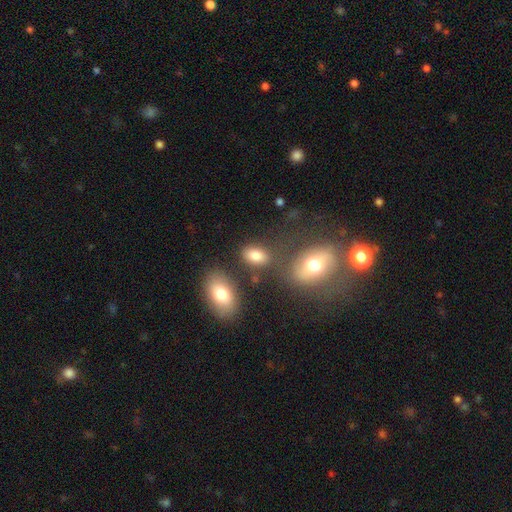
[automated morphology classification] A smooth galaxy with no disk features (82%) that is in between round and cigar-shaped (87%). Merging: none (71%).